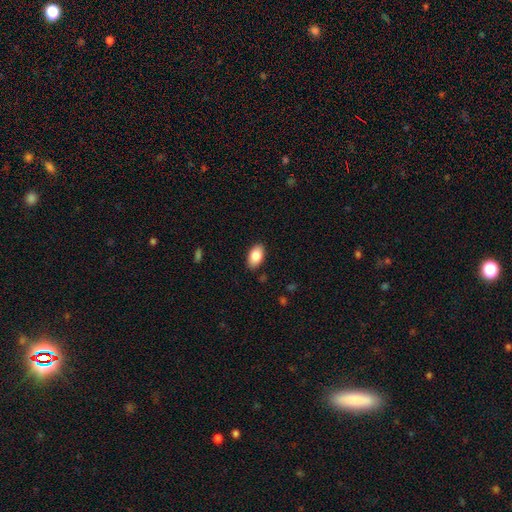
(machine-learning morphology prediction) type=smooth (86%); roundness=in between (94%); merging=none (88%).